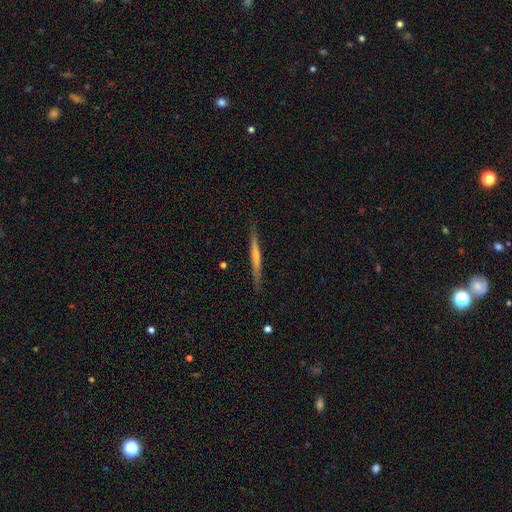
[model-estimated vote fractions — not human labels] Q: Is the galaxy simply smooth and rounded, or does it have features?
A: featured or disk — 49%.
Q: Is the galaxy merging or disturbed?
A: none — 87%.